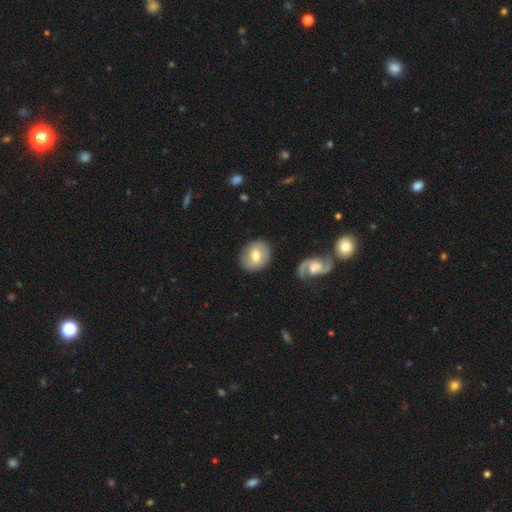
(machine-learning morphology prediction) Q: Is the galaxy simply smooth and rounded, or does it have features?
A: smooth — 60%.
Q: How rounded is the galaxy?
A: round — 69%.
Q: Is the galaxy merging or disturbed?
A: none — 84%.